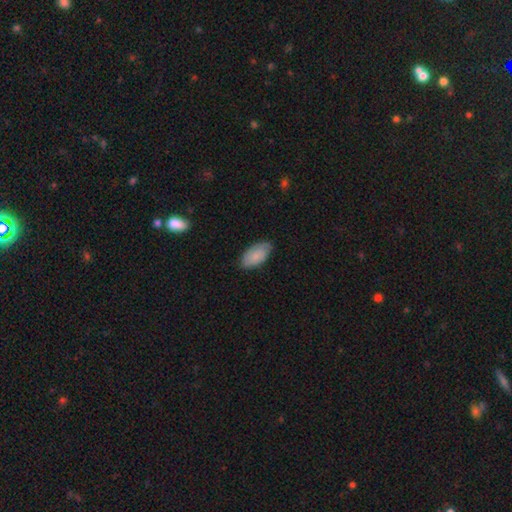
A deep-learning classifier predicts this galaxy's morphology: Smooth or featured: smooth — 83% (featured or disk — 11%)
How rounded: in between — 94% (cigar-shaped — 3%)
Merging: none — 78% (minor disturbance — 18%)